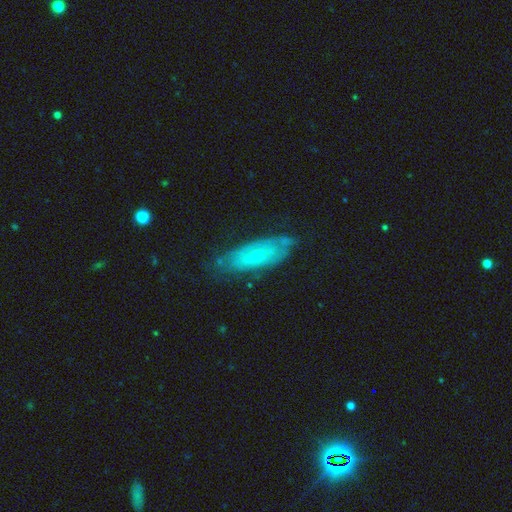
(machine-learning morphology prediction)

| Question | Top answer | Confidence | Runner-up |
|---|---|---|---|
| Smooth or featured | featured or disk | 54% | smooth (39%) |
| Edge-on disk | no | 80% | yes (20%) |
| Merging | none | 63% | minor disturbance (27%) |